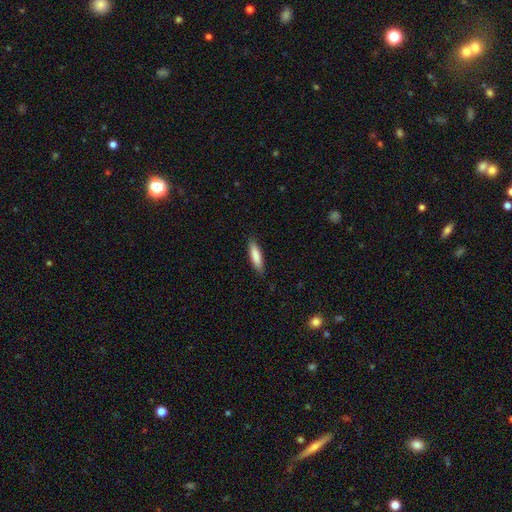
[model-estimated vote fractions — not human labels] A smooth galaxy with no disk features (83%) that is cigar-shaped (70%). Merging: none (87%).